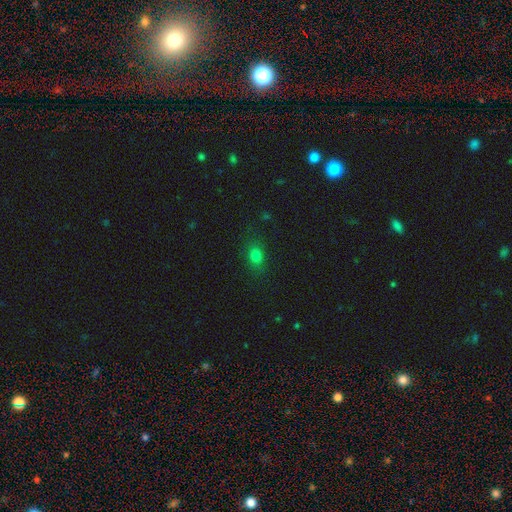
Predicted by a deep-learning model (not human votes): This is likely a smooth galaxy (78%). How rounded: possibly in between (57%). Merging: clearly none (83%).